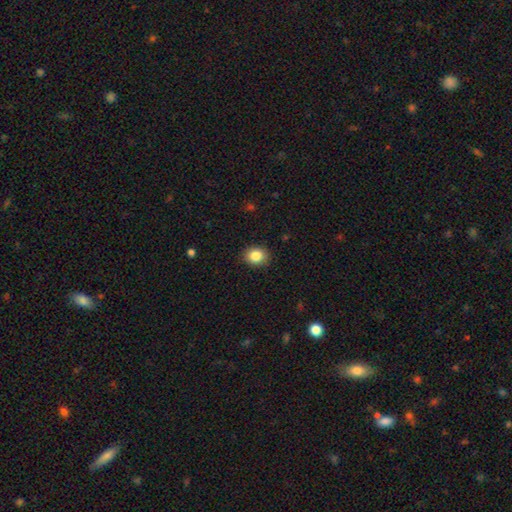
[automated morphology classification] The model was most divided on "how rounded": round: 65%, in between: 35%, cigar-shaped: 1%. More confident: merging — none (89%); smooth or featured — smooth (86%).